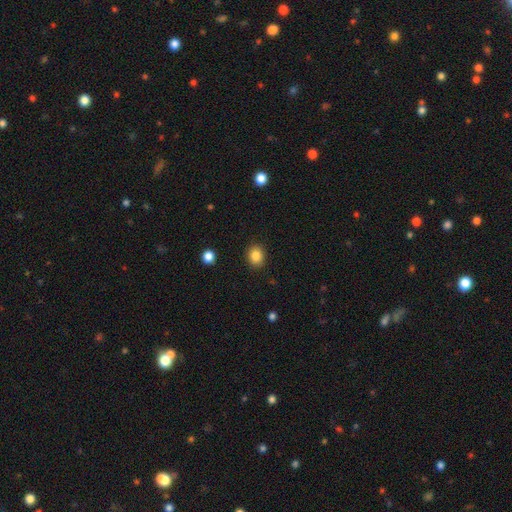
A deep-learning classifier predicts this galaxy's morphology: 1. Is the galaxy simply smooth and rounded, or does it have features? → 86% smooth, 10% star or artifact, 4% featured or disk.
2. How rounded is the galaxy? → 58% round, 41% in between, 1% cigar-shaped.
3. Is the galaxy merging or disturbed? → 88% none, 8% minor disturbance, 2% major disturbance, 1% merger.